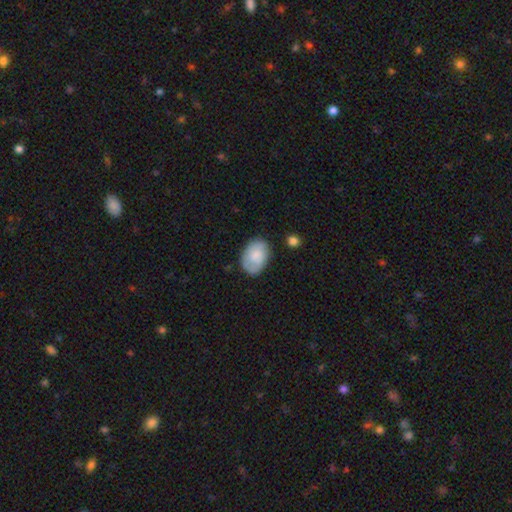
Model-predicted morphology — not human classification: smooth-or-featured: smooth: 61% | featured or disk: 32% | star or artifact: 7%
  how-rounded: in between: 81% | round: 17% | cigar-shaped: 1%
  merging: none: 75% | minor disturbance: 18% | major disturbance: 5% | merger: 2%